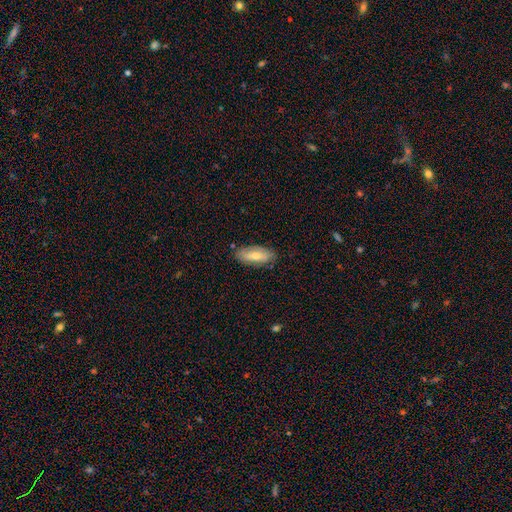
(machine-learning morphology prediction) type=smooth (60%); roundness=in between (80%); merging=none (81%).